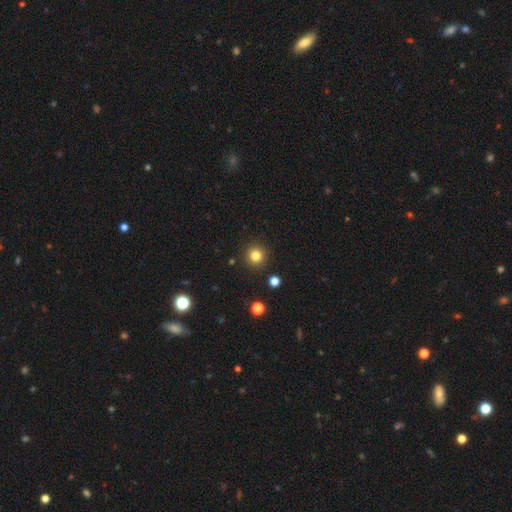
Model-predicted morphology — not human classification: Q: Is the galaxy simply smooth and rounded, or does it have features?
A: smooth — 82%.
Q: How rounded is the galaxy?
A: round — 95%.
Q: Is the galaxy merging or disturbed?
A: none — 91%.